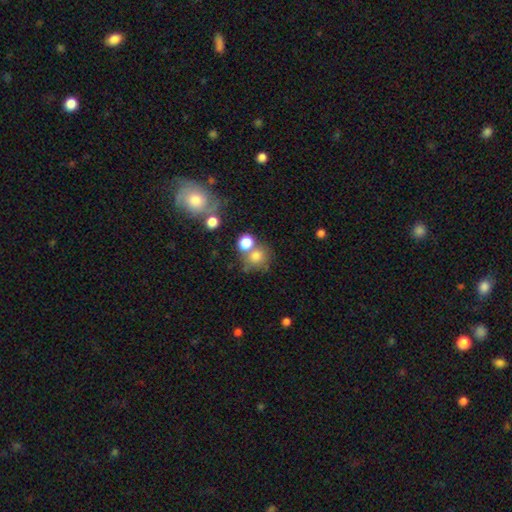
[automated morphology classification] Q: Smooth or featured?
A: smooth (75%); runner-up: star or artifact (13%)
Q: How rounded?
A: round (79%); runner-up: in between (20%)
Q: Merging?
A: none (47%); runner-up: merger (34%)